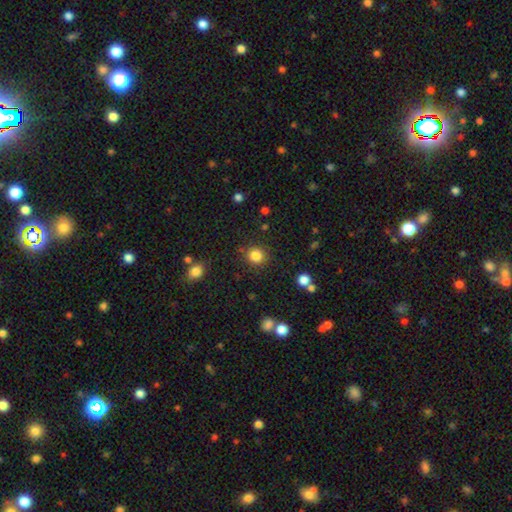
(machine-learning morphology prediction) Smooth or featured? Predicted: smooth (p=0.84). How rounded? Predicted: round (p=0.91). Merging? Predicted: none (p=0.88).